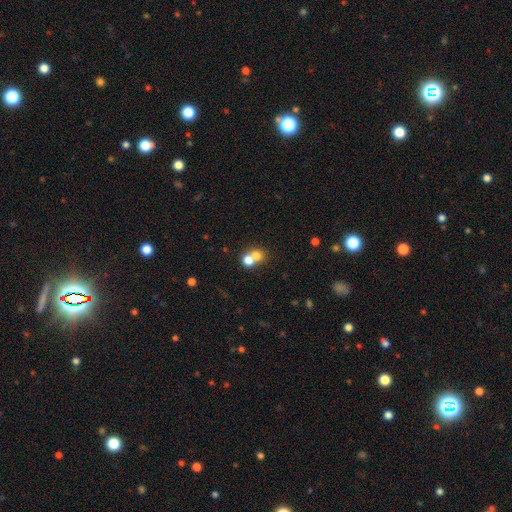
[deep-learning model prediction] smooth_or_featured: smooth (p=0.72) [alt: featured or disk p=0.15]
how_rounded: round (p=0.74) [alt: in between p=0.25]
merging: merger (p=0.59) [alt: none p=0.33]